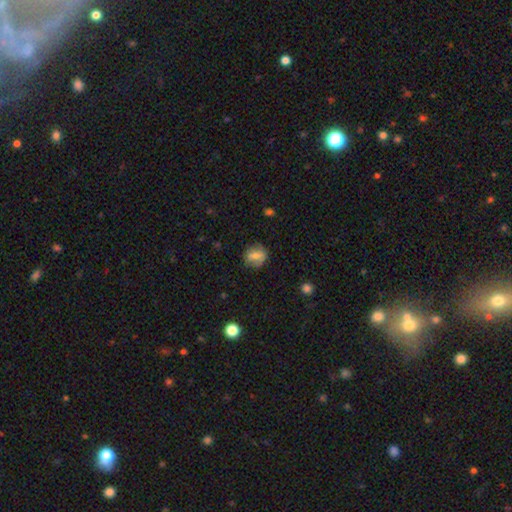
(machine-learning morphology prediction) smooth_or_featured: smooth (p=0.68) [alt: featured or disk p=0.23]
how_rounded: round (p=0.67) [alt: in between p=0.31]
merging: none (p=0.72) [alt: minor disturbance p=0.20]